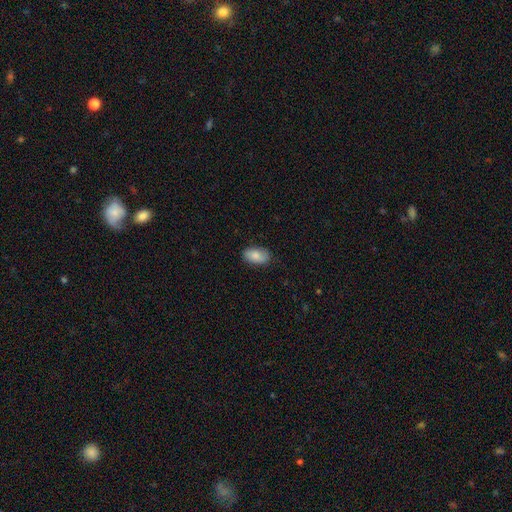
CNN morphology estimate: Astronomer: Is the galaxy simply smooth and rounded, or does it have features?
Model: smooth — 83%.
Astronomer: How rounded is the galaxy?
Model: in between — 93%.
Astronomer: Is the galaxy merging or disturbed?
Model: none — 81%.